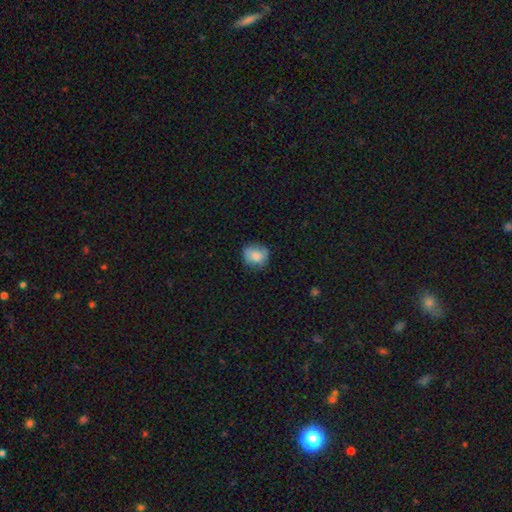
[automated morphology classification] A smooth galaxy with no disk features (79%) that is round (65%).

Vote fractions:
- Smooth or featured? smooth: 79% / featured or disk: 12% / star or artifact: 8%
- How rounded? round: 65% / in between: 34% / cigar-shaped: 1%
- Merging? none: 70% / minor disturbance: 24% / major disturbance: 5% / merger: 1%